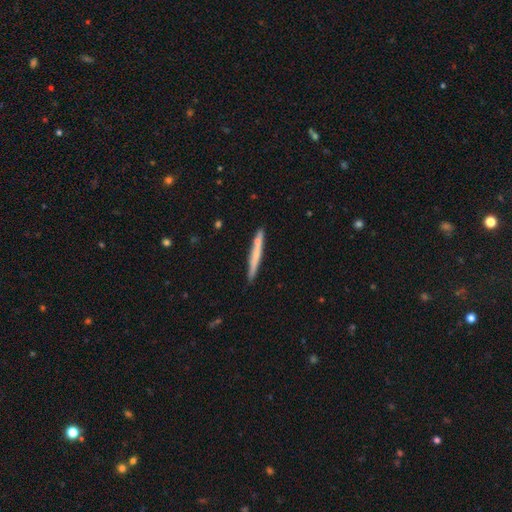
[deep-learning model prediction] Morphology: type=smooth (57%); roundness=cigar-shaped (96%); merging=none (81%).